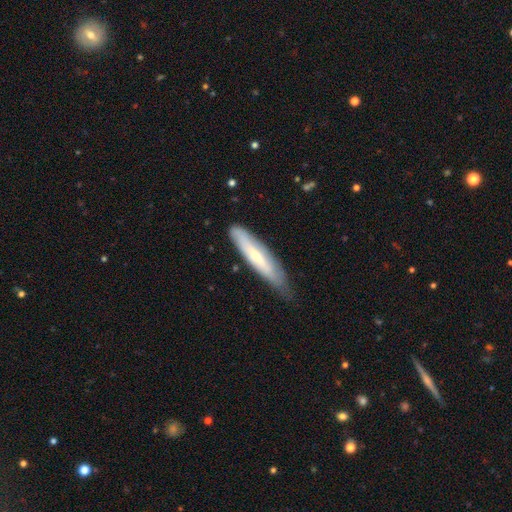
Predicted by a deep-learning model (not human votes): smooth_or_featured: smooth (p=0.48) [alt: featured or disk p=0.46]
merging: none (p=0.61) [alt: minor disturbance p=0.30]